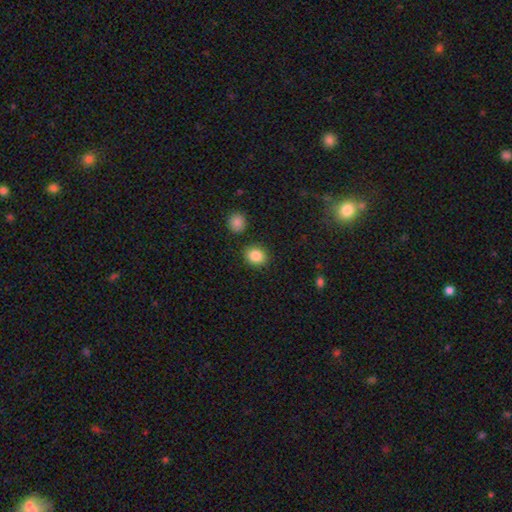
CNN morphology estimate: Q: Smooth or featured?
A: smooth (87%); runner-up: star or artifact (9%)
Q: How rounded?
A: round (64%); runner-up: in between (35%)
Q: Merging?
A: none (86%); runner-up: minor disturbance (8%)